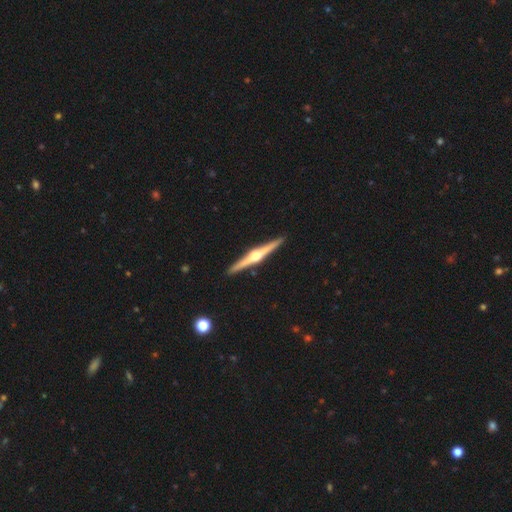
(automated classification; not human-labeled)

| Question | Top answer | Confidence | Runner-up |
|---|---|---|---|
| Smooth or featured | featured or disk | 85% | smooth (11%) |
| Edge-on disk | yes | 99% | no (1%) |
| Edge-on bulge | rounded | 95% | boxy (3%) |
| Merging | none | 93% | minor disturbance (5%) |